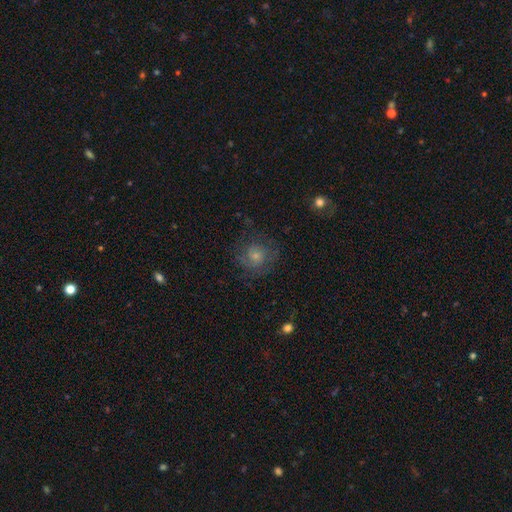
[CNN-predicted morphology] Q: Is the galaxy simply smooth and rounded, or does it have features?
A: featured or disk — 42%.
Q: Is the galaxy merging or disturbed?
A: none — 72%.